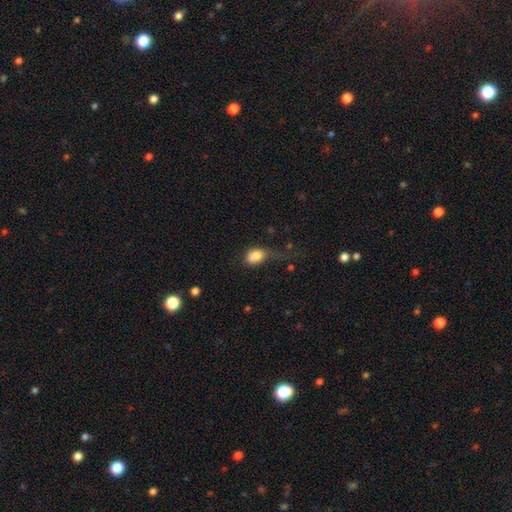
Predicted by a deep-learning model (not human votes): Morphology: type=smooth (81%); roundness=in between (75%); merging=none (32%).